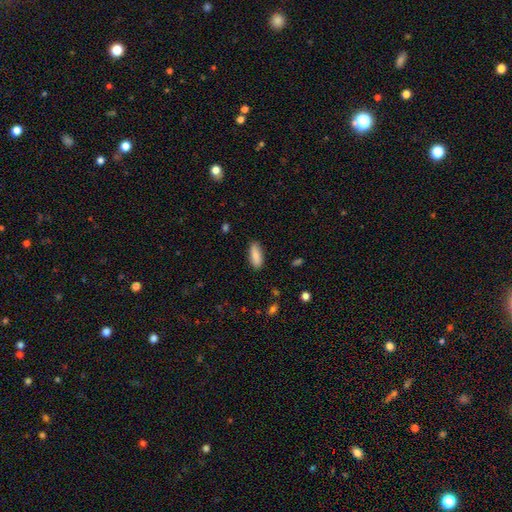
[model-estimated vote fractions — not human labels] Smooth or featured? Predicted: smooth (p=0.86). How rounded? Predicted: in between (p=0.73). Merging? Predicted: none (p=0.86).